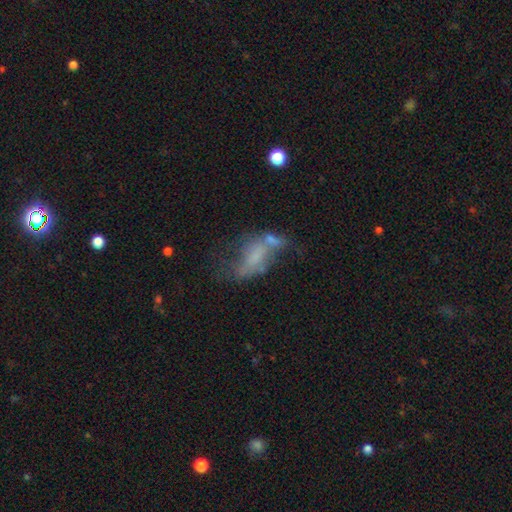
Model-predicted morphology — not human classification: Smooth or featured? featured or disk (47%)
Merging? major disturbance (33%)